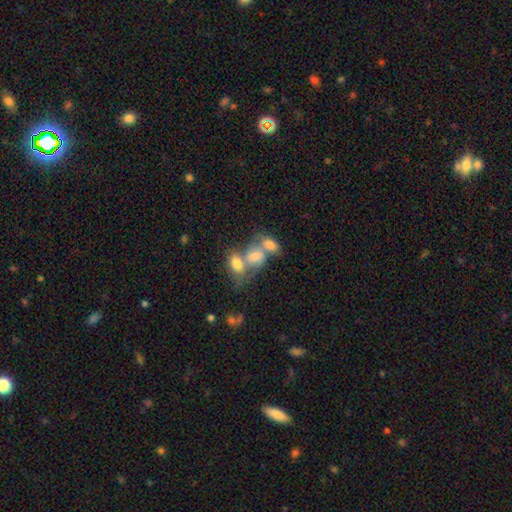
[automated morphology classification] Smooth or featured? smooth (69%)
How rounded? in between (77%)
Merging? merger (63%)